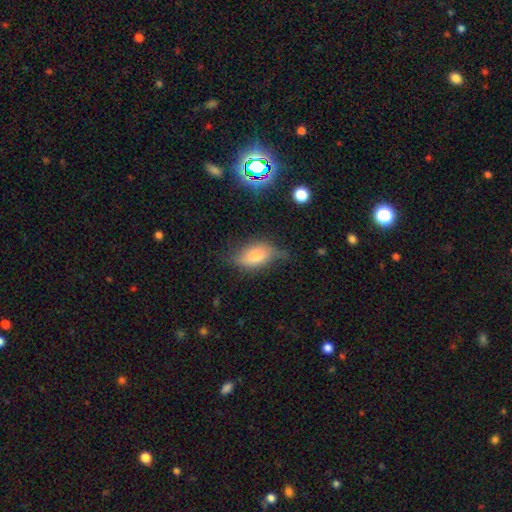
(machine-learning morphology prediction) smooth_or_featured: smooth (p=0.61) [alt: featured or disk p=0.28]
how_rounded: in between (p=0.87) [alt: round p=0.07]
merging: none (p=0.57) [alt: minor disturbance p=0.32]